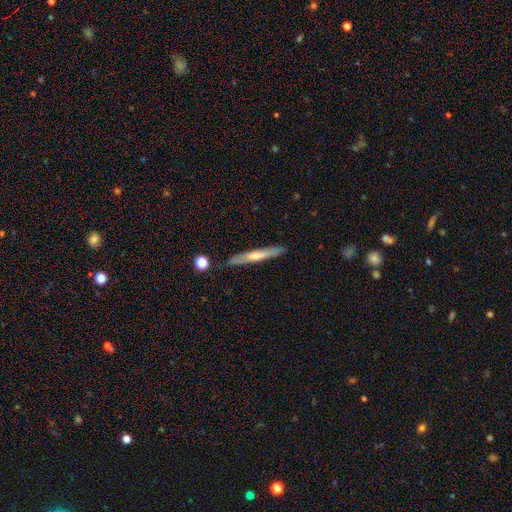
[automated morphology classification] Smooth or featured?
  - featured or disk: 58% *
  - smooth: 34%
  - star or artifact: 7%
Edge-on disk?
  - yes: 94% *
  - no: 6%
Edge-on bulge?
  - rounded: 67% *
  - none: 28%
  - boxy: 5%
Merging?
  - none: 87% *
  - minor disturbance: 9%
  - merger: 2%
  - major disturbance: 2%